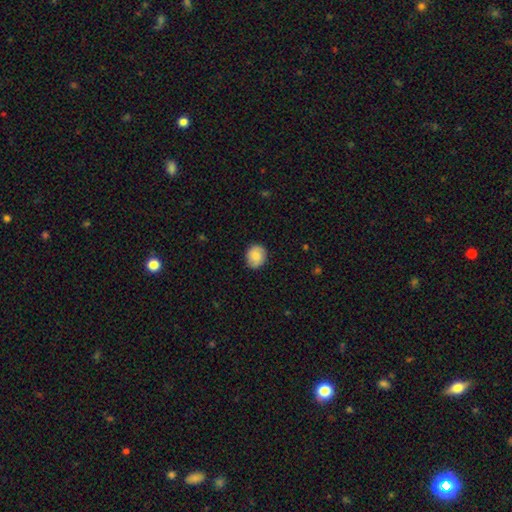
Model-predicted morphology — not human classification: Smooth or featured?
  - smooth: 77% *
  - featured or disk: 16%
  - star or artifact: 7%
How rounded?
  - round: 73% *
  - in between: 26%
  - cigar-shaped: 1%
Merging?
  - none: 85% *
  - minor disturbance: 11%
  - major disturbance: 2%
  - merger: 1%